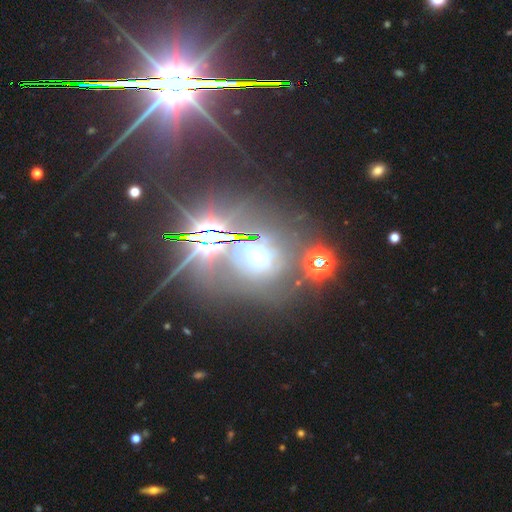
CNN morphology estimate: Overall: star or artifact (57%; featured or disk 24%).